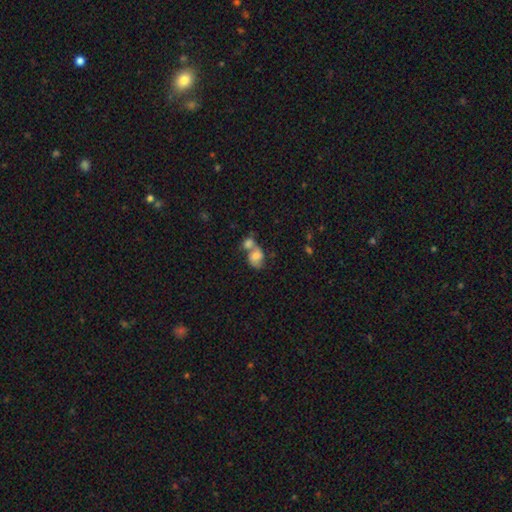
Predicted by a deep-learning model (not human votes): smooth_or_featured: smooth (p=0.58) [alt: featured or disk p=0.32]
how_rounded: in between (p=0.63) [alt: round p=0.36]
merging: merger (p=0.62) [alt: none p=0.22]